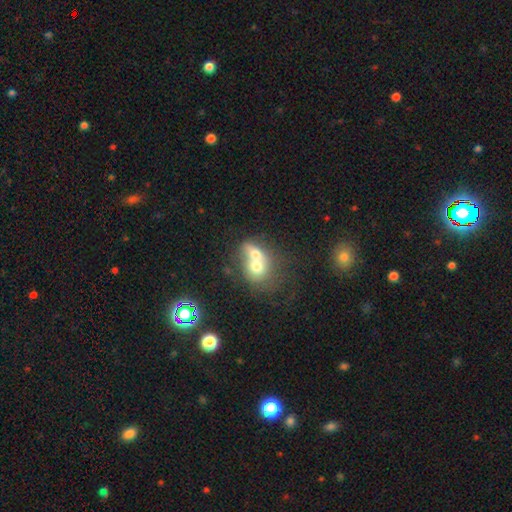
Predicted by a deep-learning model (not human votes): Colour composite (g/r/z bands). It shows a smooth galaxy with no disk features (61%) that is round (51%). Merging: merger (73%).